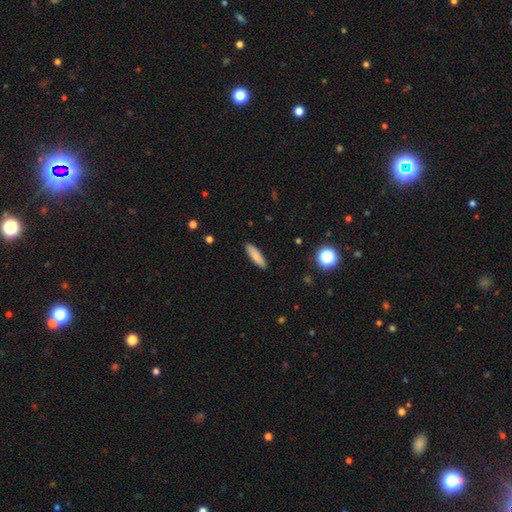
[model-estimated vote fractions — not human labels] This is clearly a smooth galaxy (84%). How rounded: likely cigar-shaped (64%). Merging: clearly none (90%).